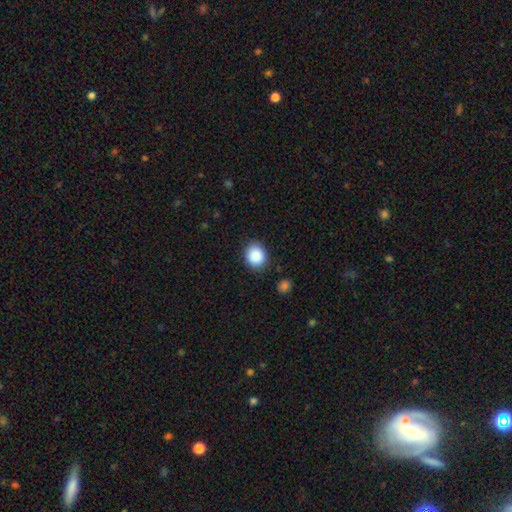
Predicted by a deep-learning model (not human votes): smooth-or-featured: smooth: 89% | star or artifact: 8% | featured or disk: 3%
  how-rounded: round: 74% | in between: 25% | cigar-shaped: 1%
  merging: none: 86% | minor disturbance: 9% | major disturbance: 3% | merger: 2%